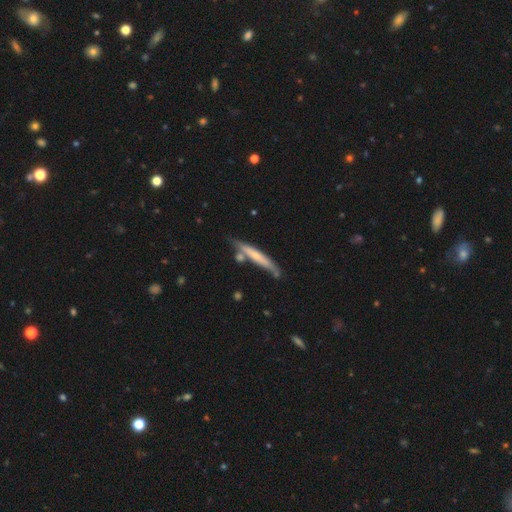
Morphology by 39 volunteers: This is possibly a smooth galaxy (51%). How rounded: clearly cigar-shaped (100%). Merging: possibly none (59%).